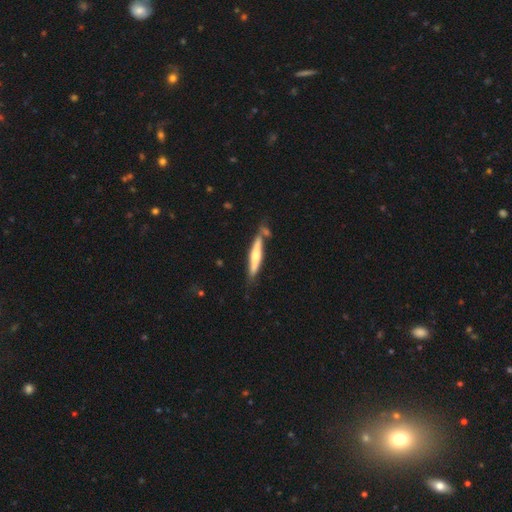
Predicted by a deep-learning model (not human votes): The model was most divided on "smooth or featured": smooth: 49%, featured or disk: 46%, star or artifact: 5%. More confident: merging — none (67%).